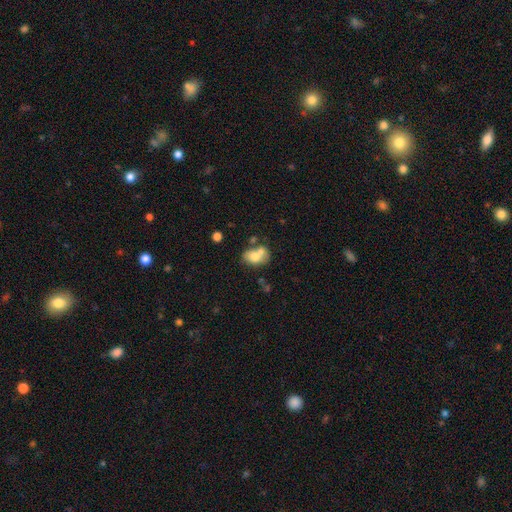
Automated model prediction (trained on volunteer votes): The model was most divided on "merging": merger: 44%, none: 33%, minor disturbance: 15%, major disturbance: 7%. More confident: how rounded — in between (73%); smooth or featured — smooth (70%).